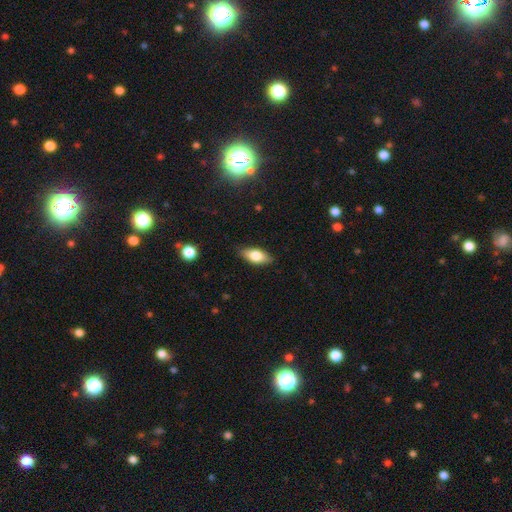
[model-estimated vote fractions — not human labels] The model was most divided on "smooth or featured": smooth: 74%, featured or disk: 19%, star or artifact: 7%. More confident: how rounded — in between (85%); merging — none (84%).